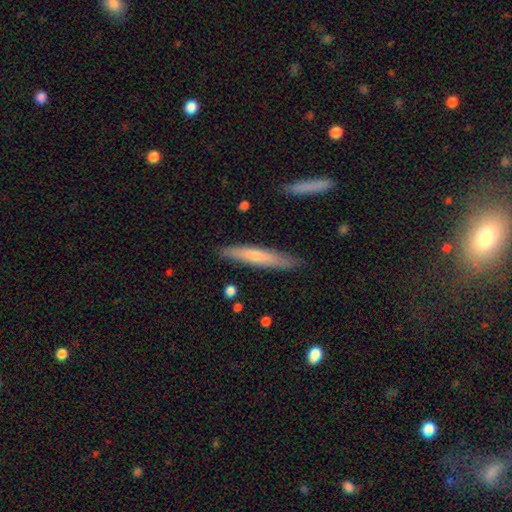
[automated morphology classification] smooth 63%, featured or disk 32%, star or artifact 5%. Down the decision tree: how rounded — cigar-shaped (91%); merging — none (84%).